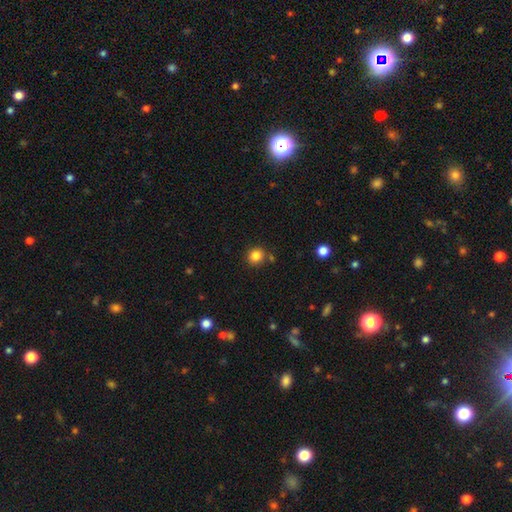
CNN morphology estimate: Smooth or featured: smooth — 84% (star or artifact — 11%)
How rounded: round — 89% (in between — 10%)
Merging: none — 82% (minor disturbance — 9%)